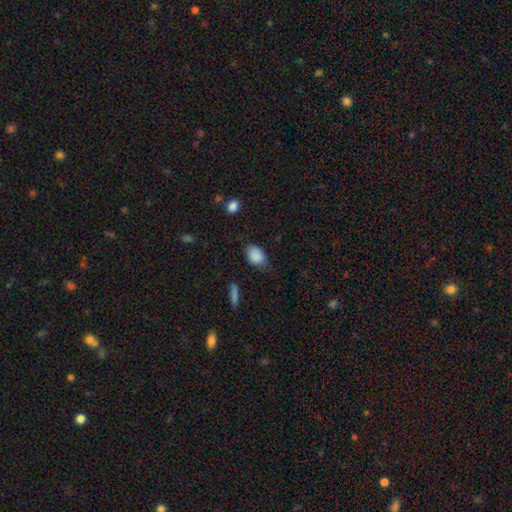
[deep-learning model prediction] This appears to be a smooth galaxy with no disk features (88%) that is in between round and cigar-shaped (83%). Merging: none (70%).